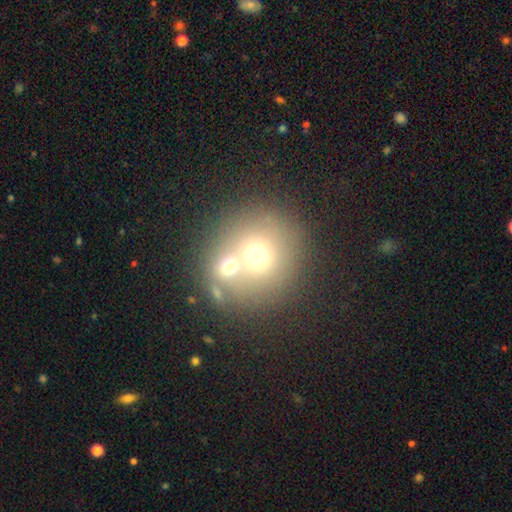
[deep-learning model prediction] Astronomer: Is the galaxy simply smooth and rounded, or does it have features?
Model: smooth — 62%.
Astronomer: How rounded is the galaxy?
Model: round — 88%.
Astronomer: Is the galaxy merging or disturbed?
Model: none — 44%, tied with merger at 44%.